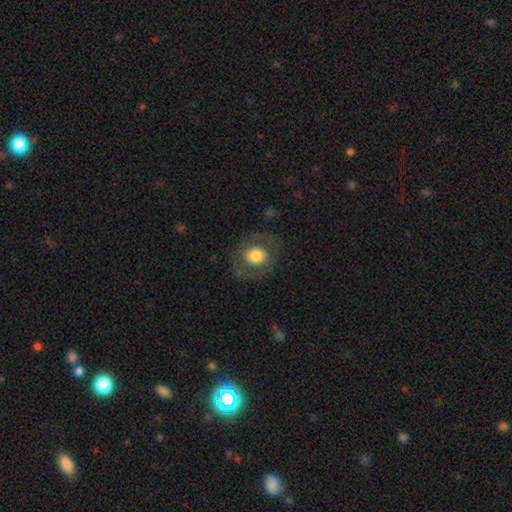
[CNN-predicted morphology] A smooth galaxy with no disk features (48%). Merging: none (77%).